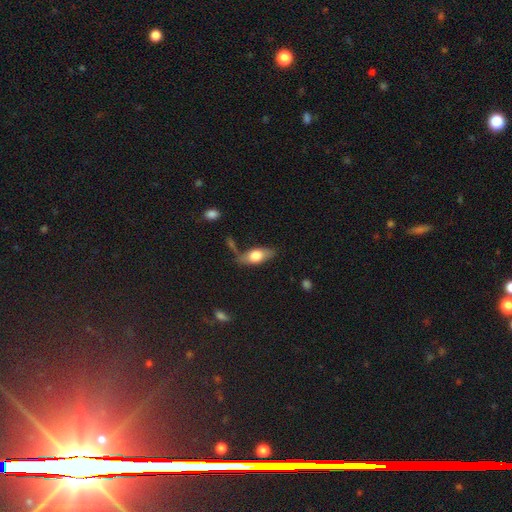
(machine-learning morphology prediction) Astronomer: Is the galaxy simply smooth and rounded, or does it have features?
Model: smooth — 64%.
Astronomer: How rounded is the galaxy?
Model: in between — 79%.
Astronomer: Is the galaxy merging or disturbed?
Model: none — 68%.